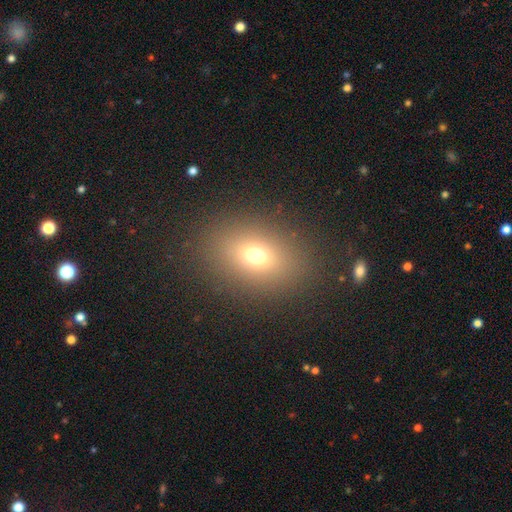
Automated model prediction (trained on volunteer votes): Smooth or featured?
  - smooth: 68% *
  - star or artifact: 18%
  - featured or disk: 13%
How rounded?
  - in between: 64% *
  - round: 34%
  - cigar-shaped: 2%
Merging?
  - none: 86% *
  - minor disturbance: 8%
  - major disturbance: 5%
  - merger: 1%